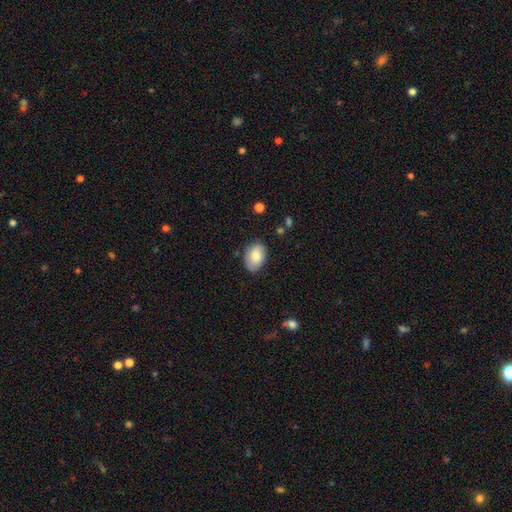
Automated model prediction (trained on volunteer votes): Smooth or featured?
  - smooth: 79% *
  - featured or disk: 14%
  - star or artifact: 7%
How rounded?
  - in between: 85% *
  - round: 14%
  - cigar-shaped: 1%
Merging?
  - none: 79% *
  - minor disturbance: 17%
  - major disturbance: 3%
  - merger: 2%